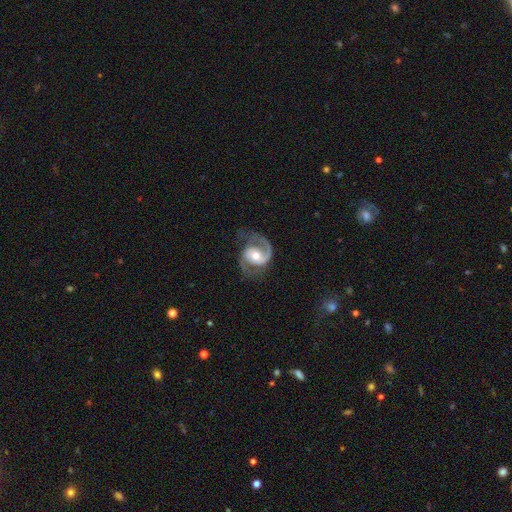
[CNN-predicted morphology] This is clearly a featured or disk galaxy (88%). It is clearly not viewed edge-on (98%). Bar: possibly no (55%). Spiral arm pattern: clearly yes (96%). Spiral arm count: likely 2 (76%). Spiral winding: possibly medium (53%). Central bulge: likely moderate (69%). Merging: likely none (64%).